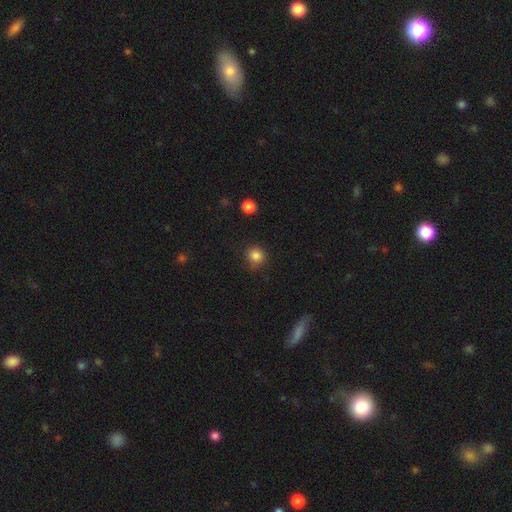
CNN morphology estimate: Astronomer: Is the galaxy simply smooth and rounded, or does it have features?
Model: smooth — 85%.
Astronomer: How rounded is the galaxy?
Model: round — 91%.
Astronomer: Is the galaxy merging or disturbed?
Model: none — 83%.